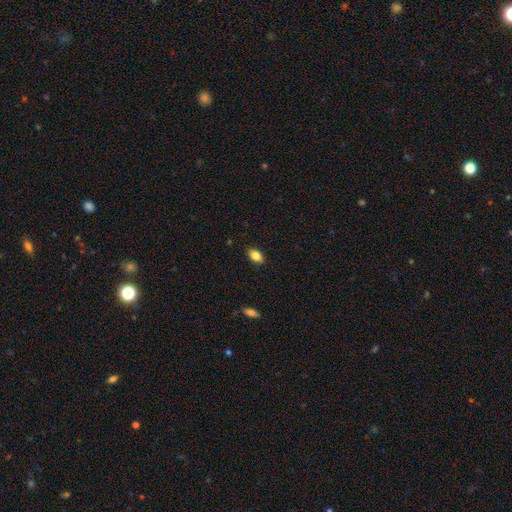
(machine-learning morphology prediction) A smooth galaxy with no disk features (83%) that is in between round and cigar-shaped (89%). Merging: none (88%).